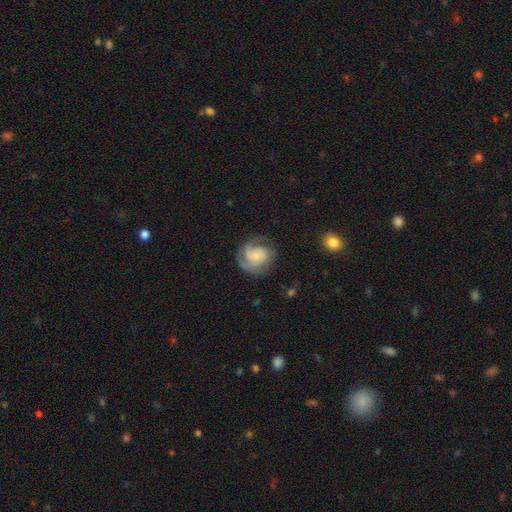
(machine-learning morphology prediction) This is likely a featured or disk galaxy (73%). It is clearly not viewed edge-on (98%). Bar: likely no (72%). Spiral arm pattern: clearly yes (93%). Spiral arm count: marginally 2 (33%). Spiral winding: possibly tight (48%). Central bulge: possibly small (59%). Merging: likely none (66%).